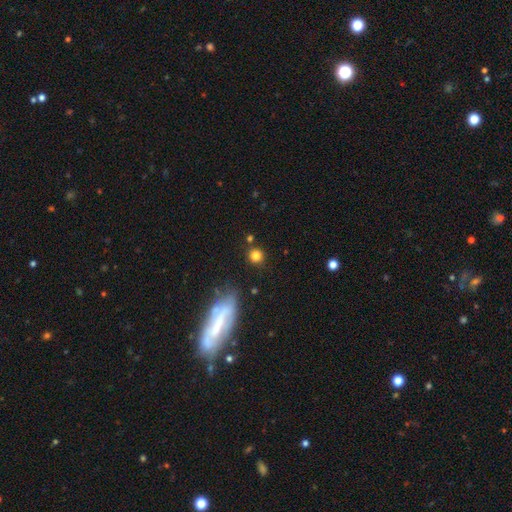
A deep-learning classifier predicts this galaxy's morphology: Smooth or featured? Predicted: smooth (p=0.79). How rounded? Predicted: round (p=0.90). Merging? Predicted: none (p=0.83).